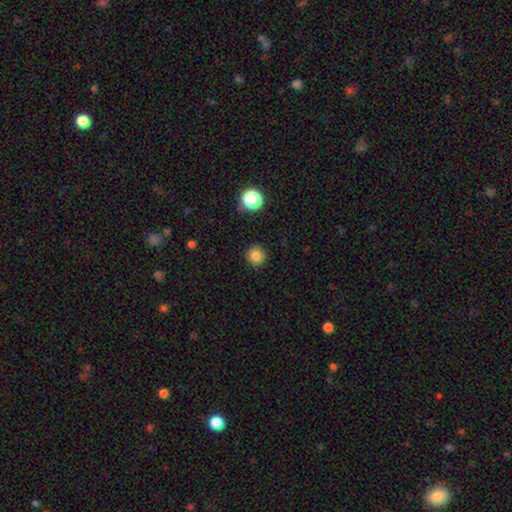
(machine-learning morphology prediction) Smooth or featured? Predicted: smooth (p=0.82). How rounded? Predicted: round (p=0.94). Merging? Predicted: none (p=0.91).